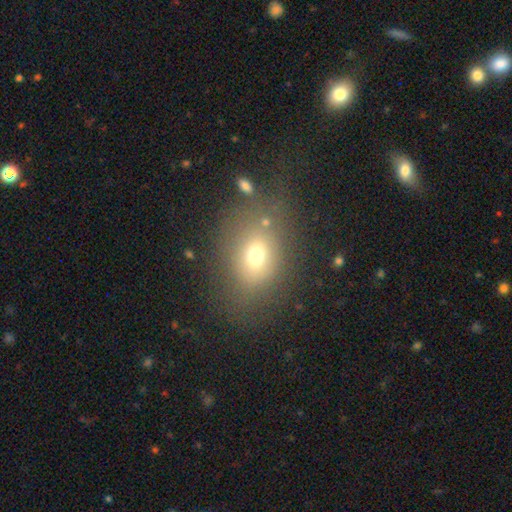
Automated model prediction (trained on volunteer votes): Smooth or featured: smooth — 67% (star or artifact — 17%)
How rounded: in between — 63% (round — 36%)
Merging: none — 65% (minor disturbance — 17%)